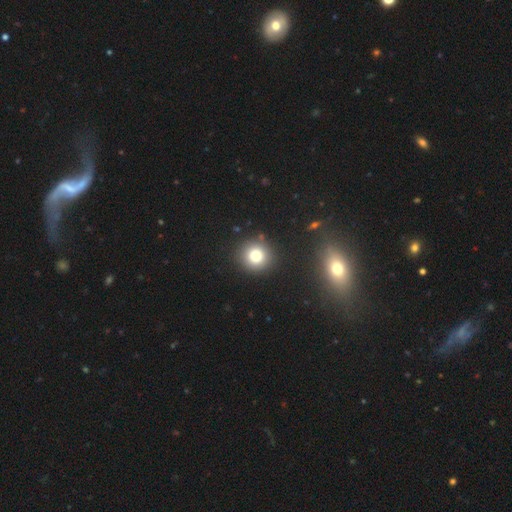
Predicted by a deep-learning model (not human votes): smooth 78%, star or artifact 14%, featured or disk 8%. Down the decision tree: how rounded — round (92%); merging — none (88%).